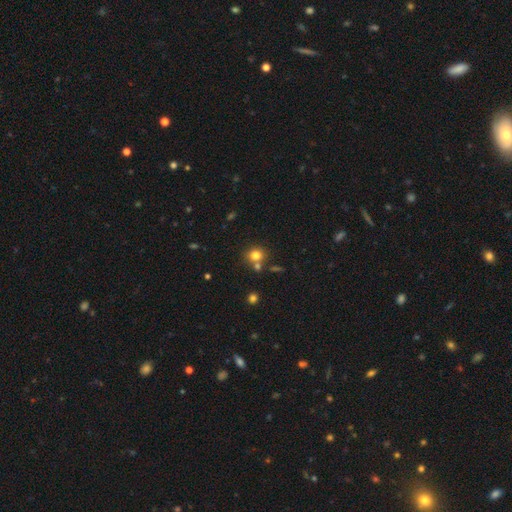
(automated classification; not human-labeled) smooth-or-featured: smooth: 78% | star or artifact: 14% | featured or disk: 8%
  how-rounded: round: 79% | in between: 20% | cigar-shaped: 1%
  merging: none: 66% | merger: 21% | minor disturbance: 10% | major disturbance: 3%